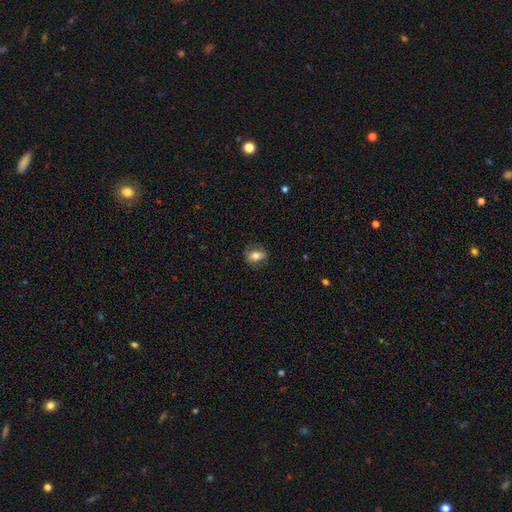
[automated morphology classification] type=smooth (70%); roundness=in between (64%); merging=none (82%).